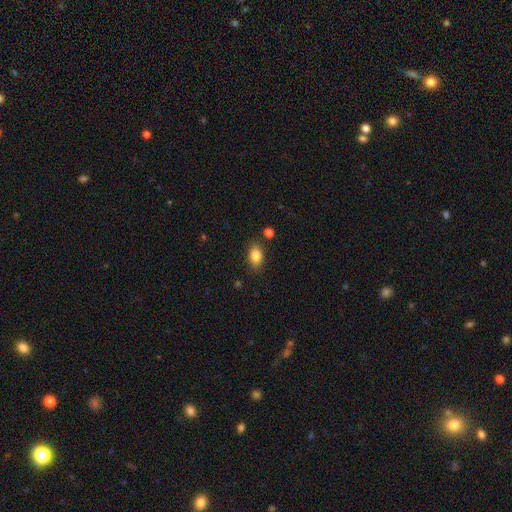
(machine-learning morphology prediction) Overall: smooth (85%). How rounded: in between (81%). Merging: none (82%).